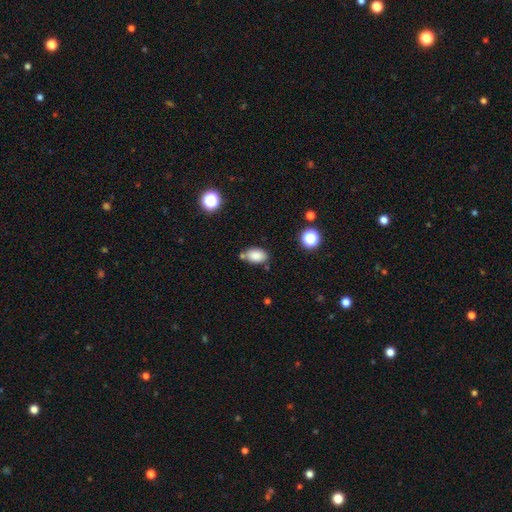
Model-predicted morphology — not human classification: smooth_or_featured: smooth (p=0.85) [alt: star or artifact p=0.09]
how_rounded: in between (p=0.89) [alt: round p=0.10]
merging: none (p=0.68) [alt: minor disturbance p=0.17]